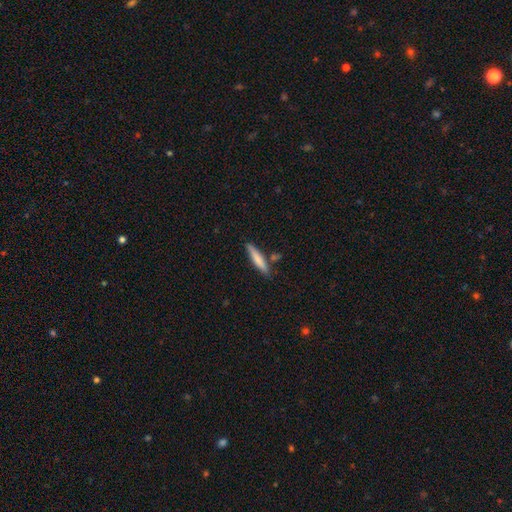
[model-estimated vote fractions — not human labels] smooth_or_featured: smooth (p=0.70) [alt: featured or disk p=0.24]
how_rounded: cigar-shaped (p=0.90) [alt: in between p=0.08]
merging: none (p=0.82) [alt: minor disturbance p=0.11]